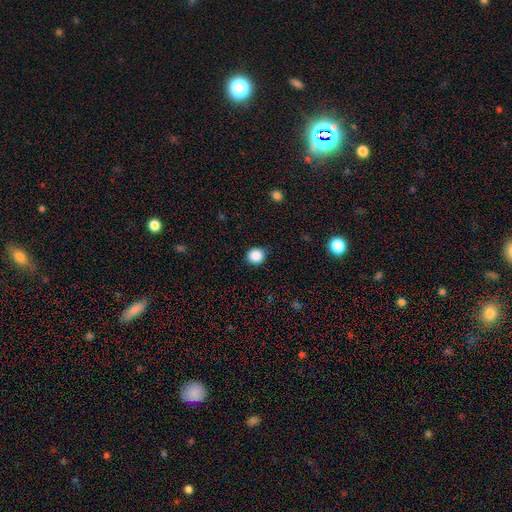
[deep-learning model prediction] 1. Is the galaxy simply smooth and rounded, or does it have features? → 87% smooth, 10% star or artifact, 3% featured or disk.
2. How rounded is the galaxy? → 92% round, 7% in between, 1% cigar-shaped.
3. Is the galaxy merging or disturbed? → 89% none, 7% minor disturbance, 2% major disturbance, 1% merger.